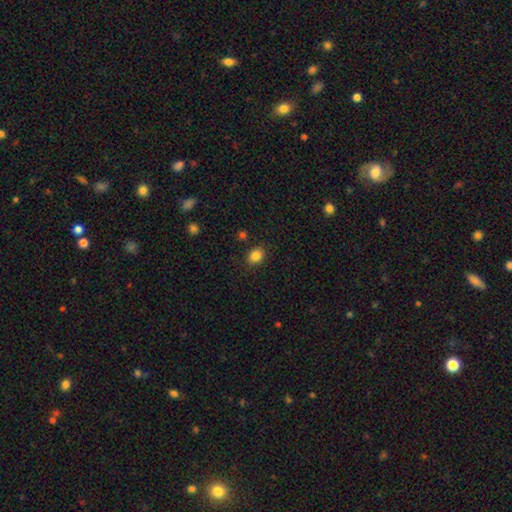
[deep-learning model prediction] Smooth or featured: smooth — 84% (star or artifact — 11%)
How rounded: round — 55% (in between — 44%)
Merging: none — 86% (minor disturbance — 9%)